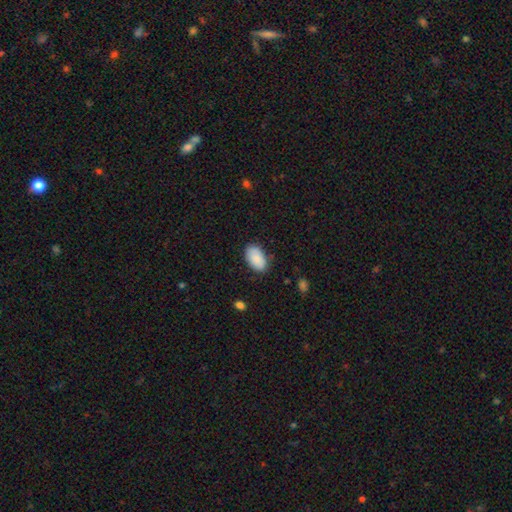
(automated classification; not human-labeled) A smooth galaxy with no disk features (88%) that is in between round and cigar-shaped (94%).

Vote fractions:
- Smooth or featured? smooth: 88% / star or artifact: 6% / featured or disk: 6%
- How rounded? in between: 94% / round: 4% / cigar-shaped: 1%
- Merging? none: 83% / minor disturbance: 13% / major disturbance: 3% / merger: 1%